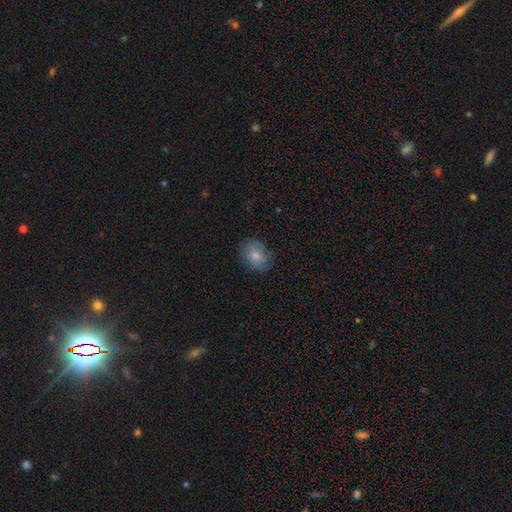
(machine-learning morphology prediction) This is likely a smooth galaxy (79%). How rounded: likely in between (67%). Merging: likely none (79%).